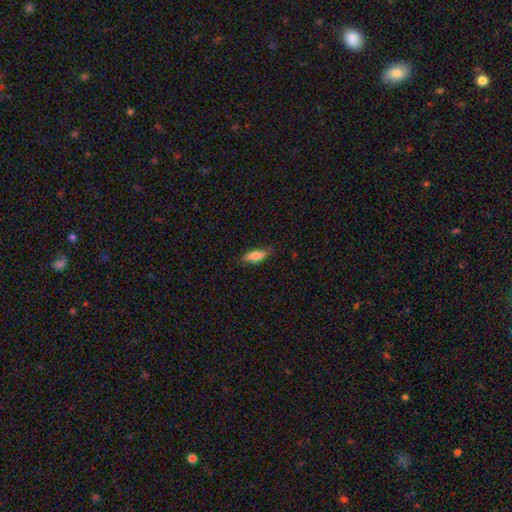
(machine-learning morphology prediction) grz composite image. It shows a smooth galaxy with no disk features (77%) that is in between round and cigar-shaped (72%). Merging: none (75%).